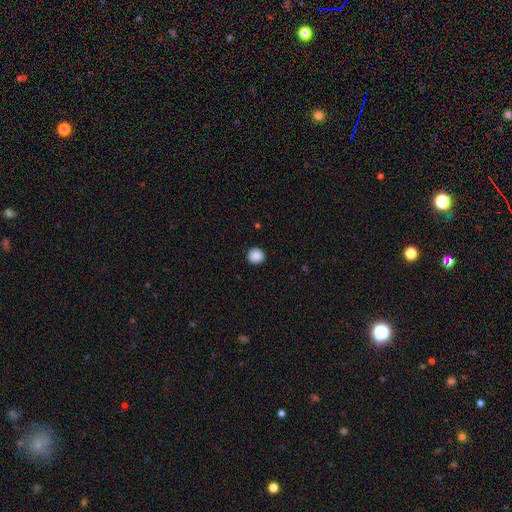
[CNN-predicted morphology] The model was most divided on "how rounded": round: 89%, in between: 10%, cigar-shaped: 1%. More confident: merging — none (92%); smooth or featured — smooth (89%).